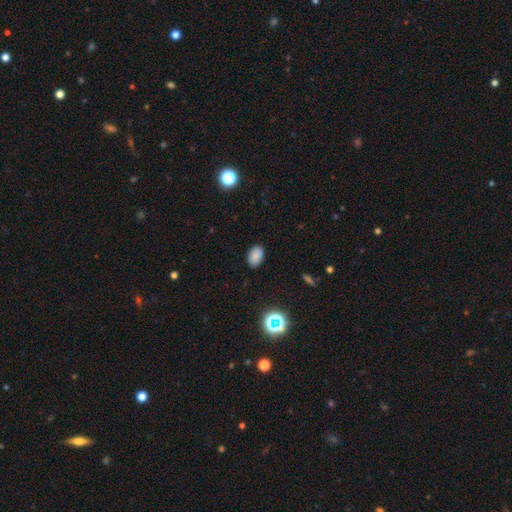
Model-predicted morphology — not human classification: type=smooth (82%); roundness=in between (85%); merging=none (85%).